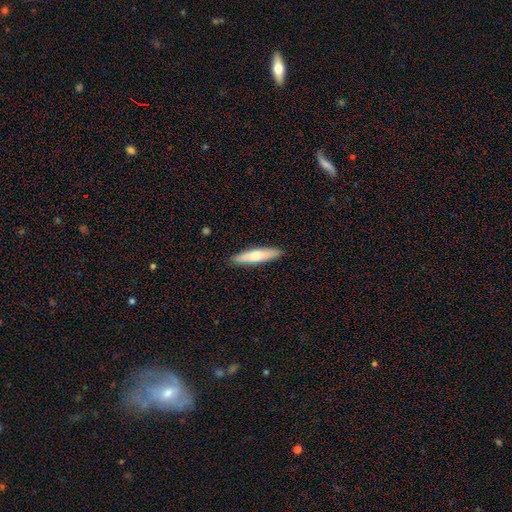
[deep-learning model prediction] Q: Smooth or featured?
A: smooth (64%); runner-up: featured or disk (31%)
Q: How rounded?
A: cigar-shaped (74%); runner-up: in between (24%)
Q: Merging?
A: none (88%); runner-up: minor disturbance (9%)